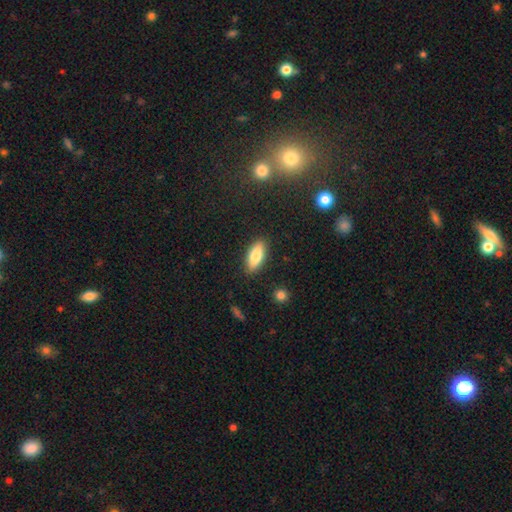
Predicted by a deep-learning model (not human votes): The model was most divided on "how rounded": in between: 74%, cigar-shaped: 23%, round: 2%. More confident: merging — none (87%); smooth or featured — smooth (77%).